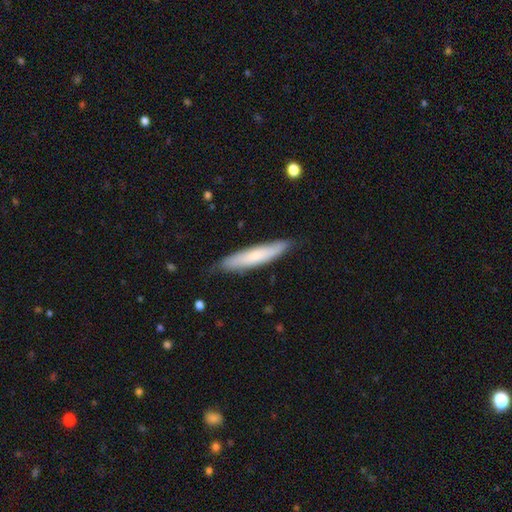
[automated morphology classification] A smooth galaxy with no disk features (65%) that is cigar-shaped (84%).

Vote fractions:
- Smooth or featured? smooth: 65% / featured or disk: 29% / star or artifact: 6%
- How rounded? cigar-shaped: 84% / in between: 14% / round: 1%
- Merging? none: 80% / minor disturbance: 16% / major disturbance: 2% / merger: 1%